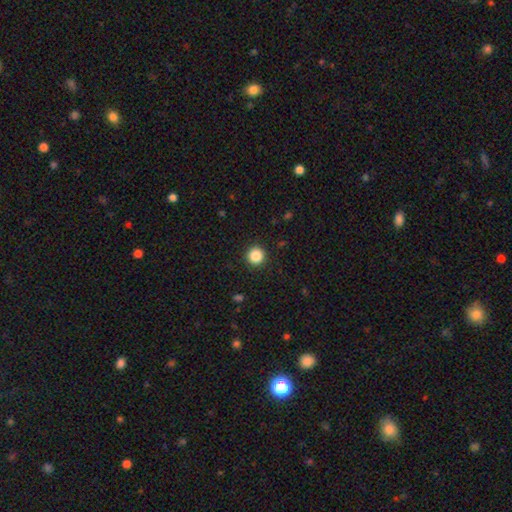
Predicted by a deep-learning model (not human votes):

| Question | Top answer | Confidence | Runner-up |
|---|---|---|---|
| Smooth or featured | smooth | 86% | star or artifact (10%) |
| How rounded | round | 95% | in between (4%) |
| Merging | none | 93% | minor disturbance (5%) |